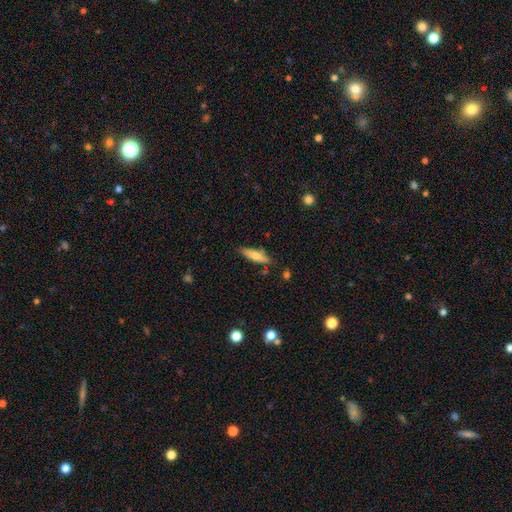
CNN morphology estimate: Q: Smooth or featured?
A: smooth (68%); runner-up: featured or disk (26%)
Q: How rounded?
A: cigar-shaped (65%); runner-up: in between (33%)
Q: Merging?
A: none (76%); runner-up: minor disturbance (16%)